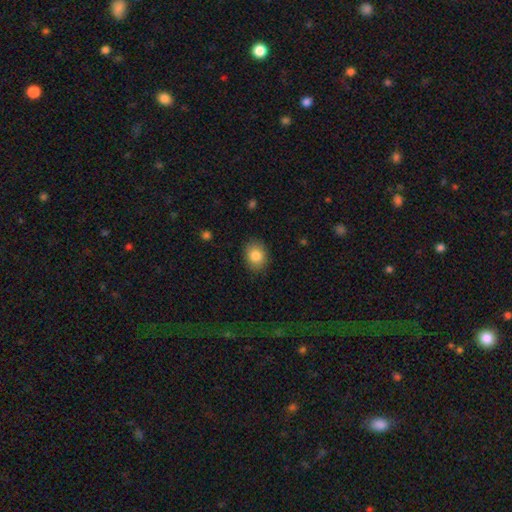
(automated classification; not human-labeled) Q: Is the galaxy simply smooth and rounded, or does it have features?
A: smooth — 84%.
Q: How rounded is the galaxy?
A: round — 51%.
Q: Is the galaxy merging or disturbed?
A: none — 87%.